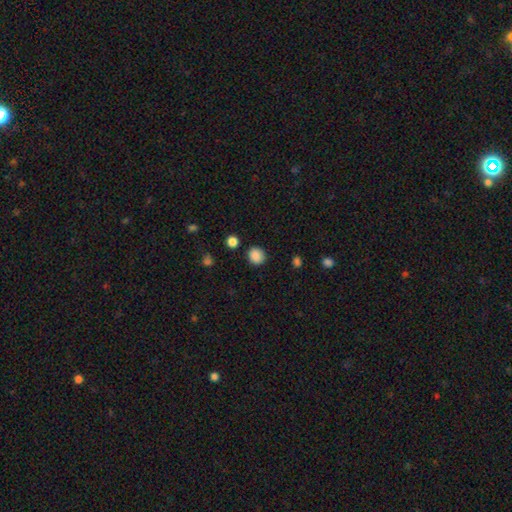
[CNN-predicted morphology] smooth 87%, star or artifact 10%, featured or disk 3%. Down the decision tree: how rounded — round (85%); merging — none (87%).